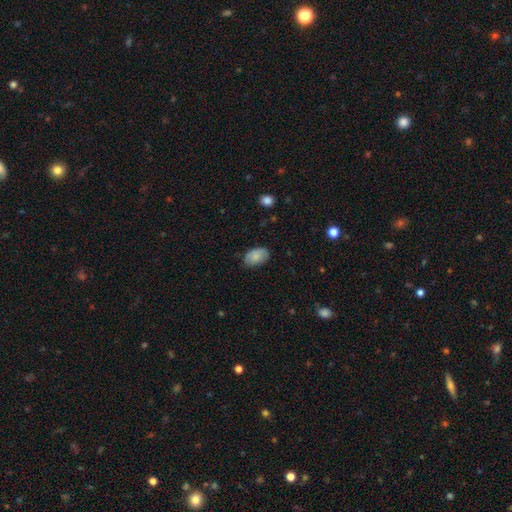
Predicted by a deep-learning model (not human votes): smooth_or_featured: smooth (p=0.80) [alt: featured or disk p=0.13]
how_rounded: in between (p=0.91) [alt: round p=0.08]
merging: none (p=0.74) [alt: minor disturbance p=0.21]